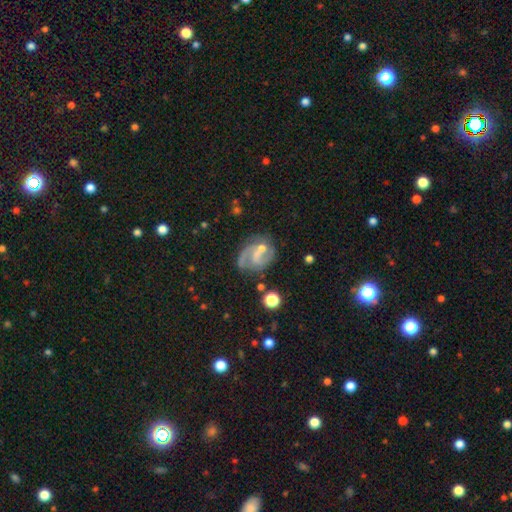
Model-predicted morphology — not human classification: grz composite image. It shows a featured or disk galaxy (73%) with a weak bar (46%), 2 (64%) medium (49%) spiral arms (85%) and a small central bulge (43%). Merging: none (47%).